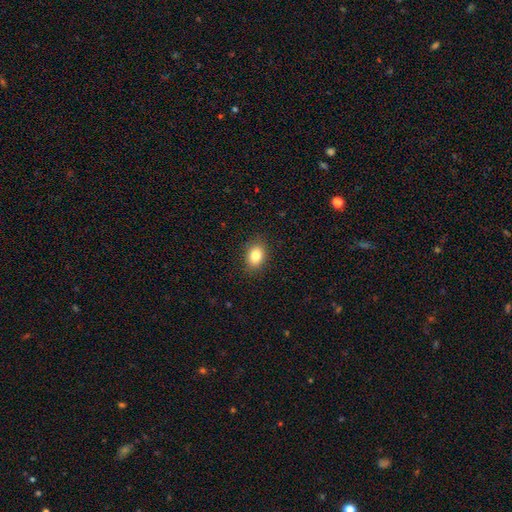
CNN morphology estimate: A smooth galaxy with no disk features (84%) that is in between round and cigar-shaped (75%). Merging: none (87%).